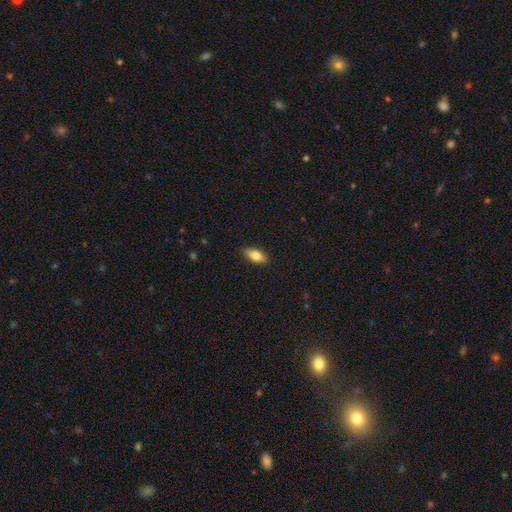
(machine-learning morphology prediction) A smooth galaxy with no disk features (82%) that is in between round and cigar-shaped (85%). Merging: none (88%).